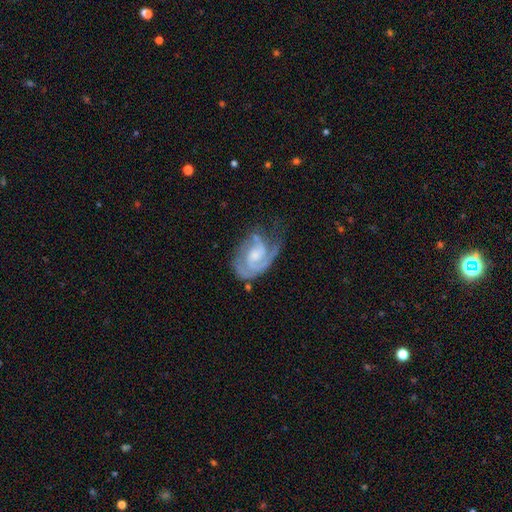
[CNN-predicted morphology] Smooth or featured?
  - featured or disk: 85% *
  - smooth: 10%
  - star or artifact: 5%
Edge-on disk?
  - no: 97% *
  - yes: 3%
Bar?
  - no: 57% *
  - weak: 36%
  - strong: 7%
Spiral arms?
  - yes: 96% *
  - no: 4%
Spiral winding?
  - tight: 52% *
  - medium: 38%
  - loose: 10%
Spiral arm count?
  - 2: 49% *
  - 1: 20%
  - can't tell: 14%
  - 3: 12%
  - 4: 3%
  - more than 4: 2%
Bulge size?
  - moderate: 40% *
  - small: 36%
  - none: 14%
  - large: 8%
  - dominant: 1%
Merging?
  - none: 52% *
  - minor disturbance: 26%
  - major disturbance: 19%
  - merger: 2%